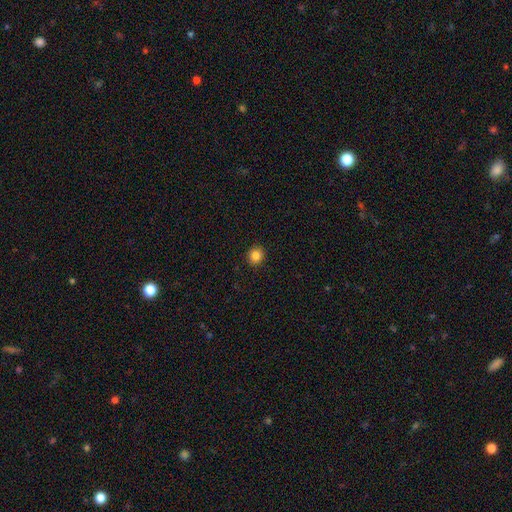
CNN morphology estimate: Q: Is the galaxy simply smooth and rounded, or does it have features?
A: smooth — 84%.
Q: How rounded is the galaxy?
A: round — 85%.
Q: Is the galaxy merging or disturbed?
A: none — 92%.